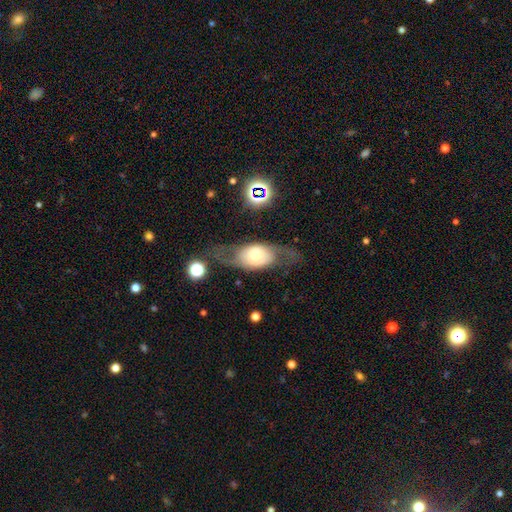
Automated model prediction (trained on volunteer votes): Smooth or featured: featured or disk — 55% (smooth — 38%)
Edge-on disk: no — 75% (yes — 25%)
Merging: none — 61% (major disturbance — 18%)